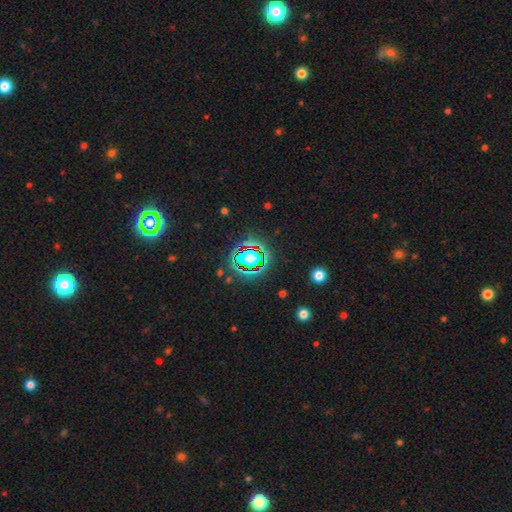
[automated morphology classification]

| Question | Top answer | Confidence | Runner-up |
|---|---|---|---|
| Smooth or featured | star or artifact | 80% | smooth (12%) |